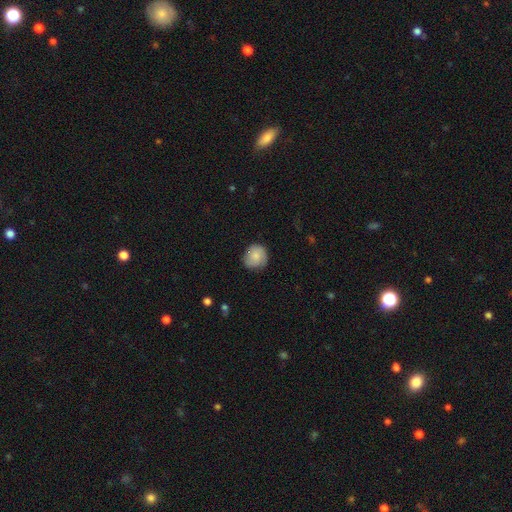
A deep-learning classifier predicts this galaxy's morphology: This appears to be a smooth galaxy with no disk features (79%) that is round (84%). Merging: none (76%).